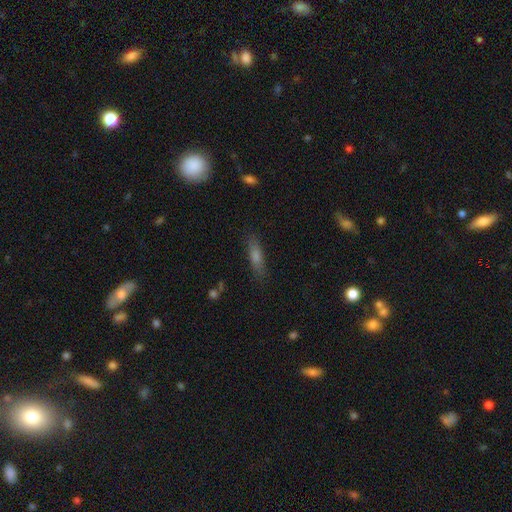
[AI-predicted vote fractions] smooth 59%, featured or disk 29%, star or artifact 13%. Down the decision tree: how rounded — cigar-shaped (75%); merging — none (84%).